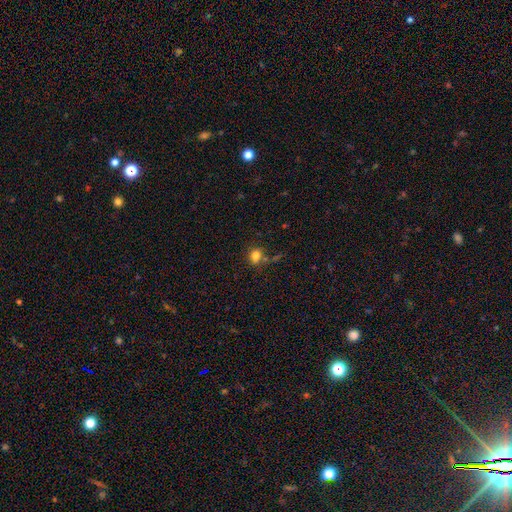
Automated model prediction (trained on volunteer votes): smooth_or_featured: smooth (p=0.80) [alt: star or artifact p=0.13]
how_rounded: round (p=0.52) [alt: in between p=0.47]
merging: none (p=0.60) [alt: minor disturbance p=0.16]